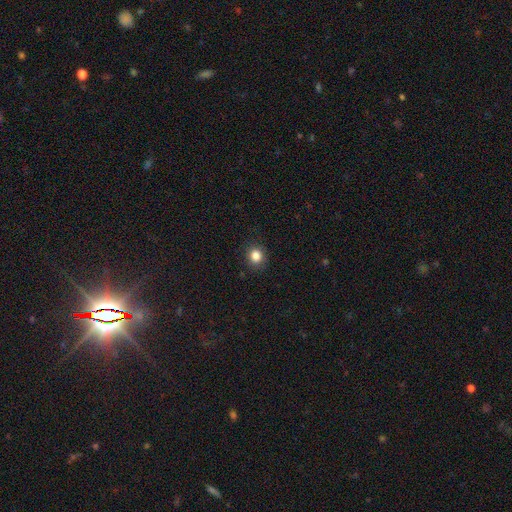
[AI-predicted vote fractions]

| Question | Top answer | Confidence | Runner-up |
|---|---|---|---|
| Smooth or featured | smooth | 84% | star or artifact (11%) |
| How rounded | round | 76% | in between (23%) |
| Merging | none | 88% | minor disturbance (9%) |